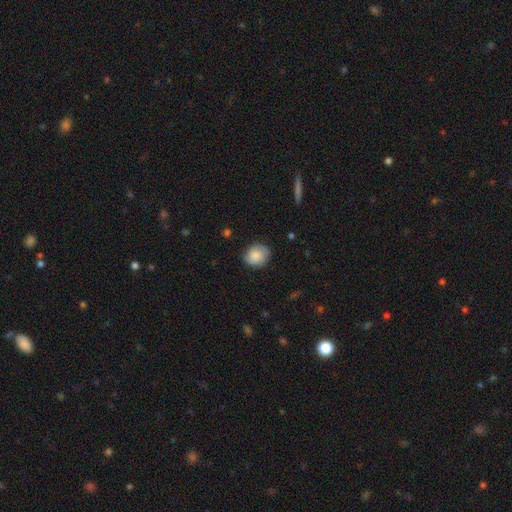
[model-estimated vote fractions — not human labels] smooth_or_featured: smooth (p=0.82) [alt: featured or disk p=0.11]
how_rounded: round (p=0.74) [alt: in between p=0.25]
merging: none (p=0.78) [alt: minor disturbance p=0.17]